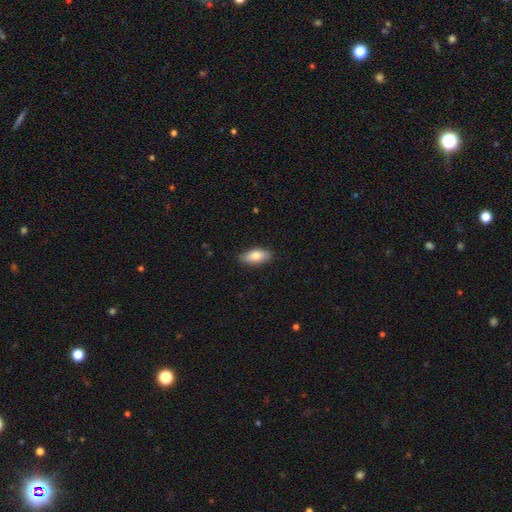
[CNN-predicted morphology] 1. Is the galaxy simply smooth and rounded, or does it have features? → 81% smooth, 13% featured or disk, 6% star or artifact.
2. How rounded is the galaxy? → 88% in between, 9% cigar-shaped, 3% round.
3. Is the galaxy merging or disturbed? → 85% none, 13% minor disturbance, 2% major disturbance, 1% merger.